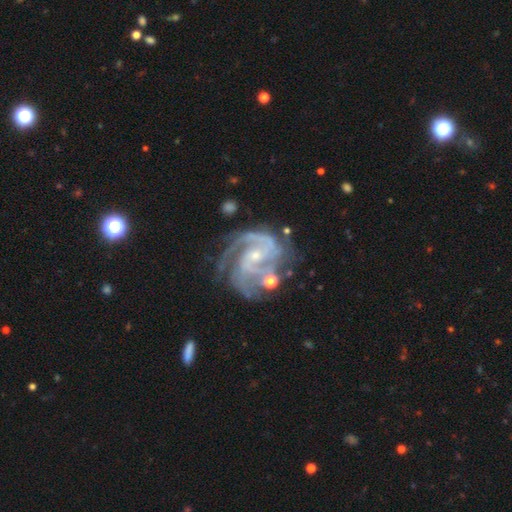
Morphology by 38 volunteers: This is clearly a featured or disk galaxy (92%). It is clearly not viewed edge-on (97%). Bar: possibly no (56%). Spiral arm pattern: clearly yes (100%). Spiral arm count: possibly 2 (50%). Spiral winding: possibly tight (56%). Central bulge: likely small (62%). Merging: likely none (71%).